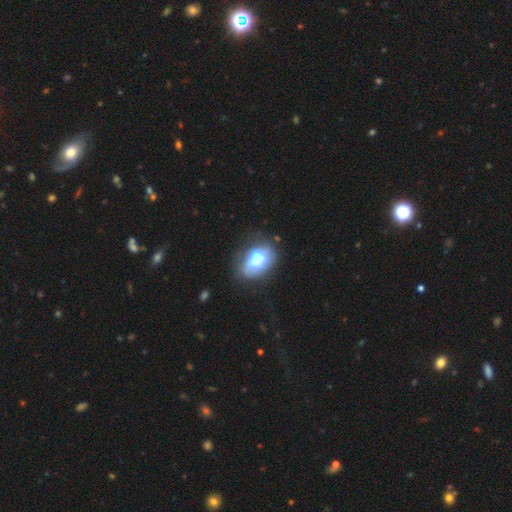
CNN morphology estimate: Smooth or featured? Predicted: smooth (p=0.58). How rounded? Predicted: in between (p=0.82). Merging? Predicted: none (p=0.39).